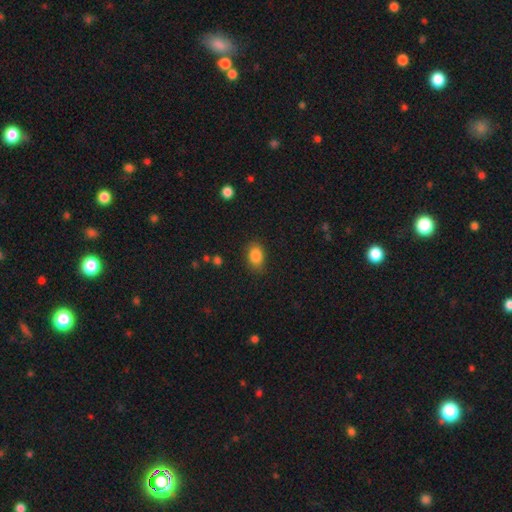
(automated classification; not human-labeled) This appears to be a smooth galaxy with no disk features (85%) that is in between round and cigar-shaped (76%). Merging: none (81%).